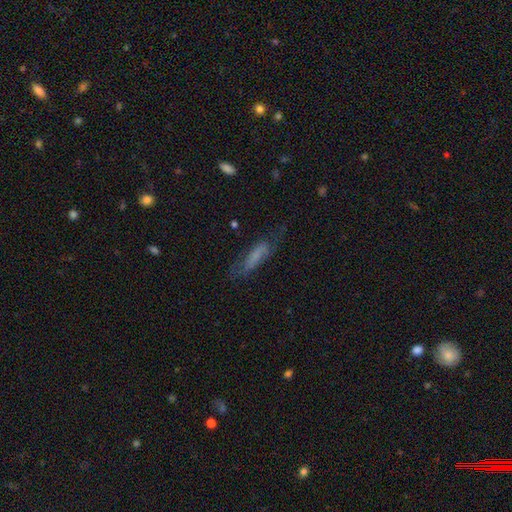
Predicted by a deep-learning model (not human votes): smooth-or-featured: smooth: 54% | featured or disk: 35% | star or artifact: 11%
  how-rounded: cigar-shaped: 62% | in between: 36% | round: 2%
  merging: none: 58% | minor disturbance: 24% | major disturbance: 15% | merger: 2%